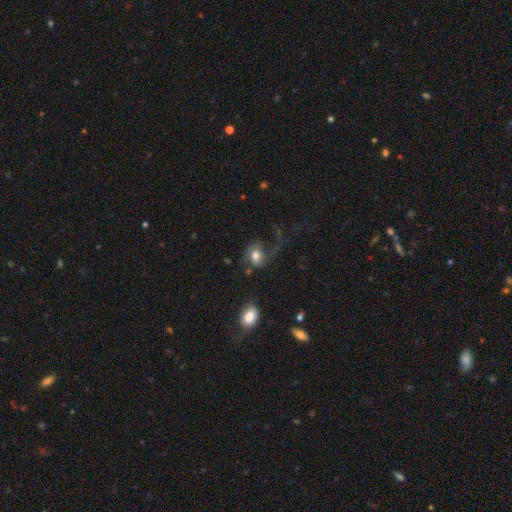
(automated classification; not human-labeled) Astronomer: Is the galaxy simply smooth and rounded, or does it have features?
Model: smooth — 55% (runner-up: featured or disk, 35%).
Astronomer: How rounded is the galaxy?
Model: in between — 54% (runner-up: round, 45%).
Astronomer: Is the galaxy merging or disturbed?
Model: major disturbance — 44% (runner-up: none, 33%).